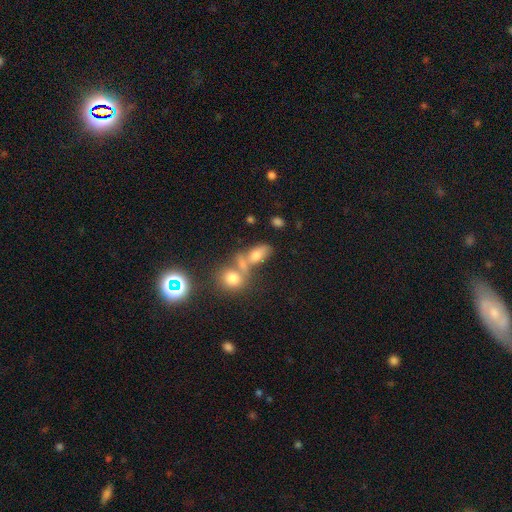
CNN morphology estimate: Smooth or featured? smooth (50%)
Merging? merger (50%)